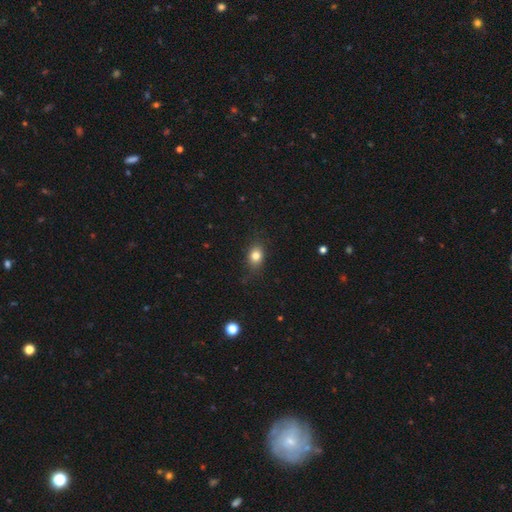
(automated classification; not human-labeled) A smooth galaxy with no disk features (81%) that is in between round and cigar-shaped (60%). Merging: none (79%).